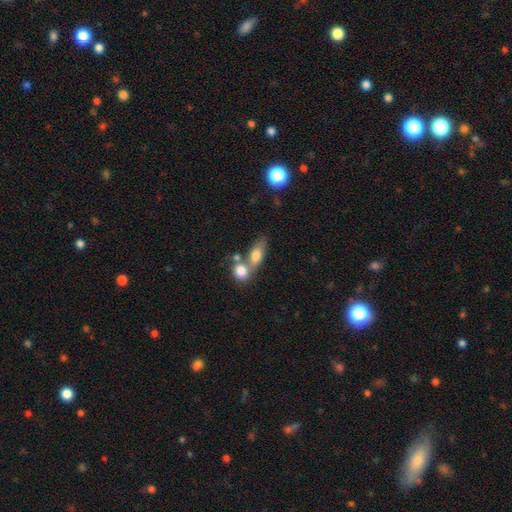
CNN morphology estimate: smooth 71%, featured or disk 20%, star or artifact 9%. Down the decision tree: how rounded — in between (67%); merging — merger (50%).